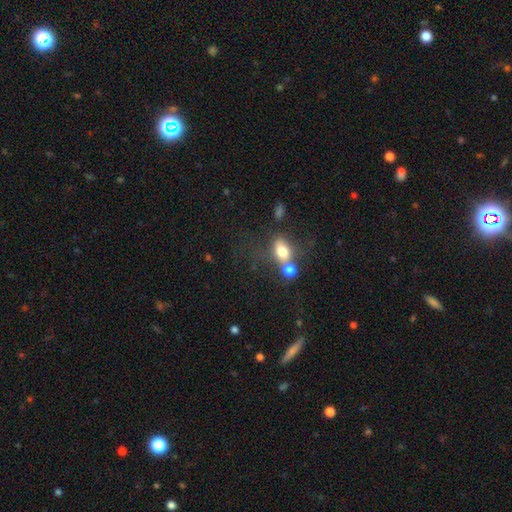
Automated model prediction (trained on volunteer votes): Smooth or featured? Predicted: smooth (p=0.54). How rounded? Predicted: round (p=0.57). Merging? Predicted: none (p=0.44).